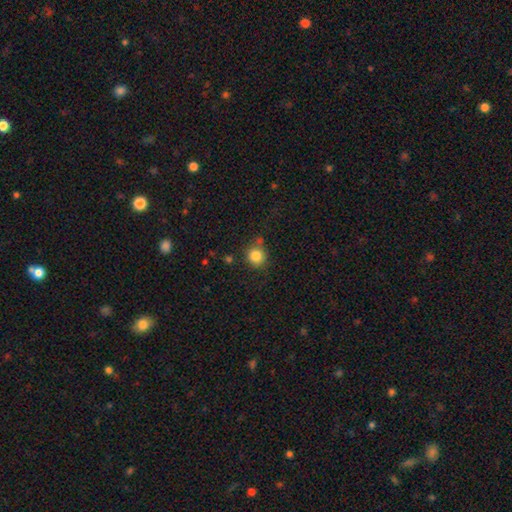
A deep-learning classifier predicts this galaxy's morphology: smooth-or-featured: smooth: 84% | star or artifact: 11% | featured or disk: 6%
  how-rounded: round: 90% | in between: 9% | cigar-shaped: 1%
  merging: none: 73% | minor disturbance: 15% | merger: 7% | major disturbance: 5%